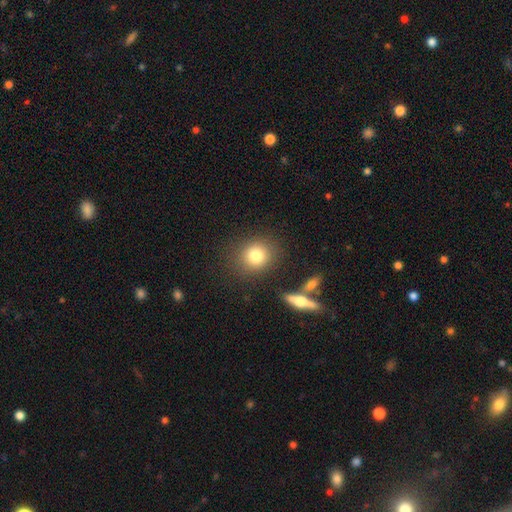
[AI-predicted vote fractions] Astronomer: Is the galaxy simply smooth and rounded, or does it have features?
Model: smooth — 80%.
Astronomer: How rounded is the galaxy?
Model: round — 77%.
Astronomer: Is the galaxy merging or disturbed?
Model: none — 82%.